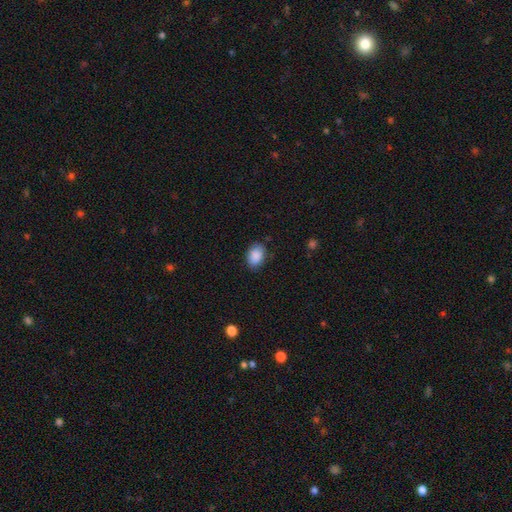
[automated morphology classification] smooth 89%, star or artifact 7%, featured or disk 4%. Down the decision tree: how rounded — in between (80%); merging — none (82%).